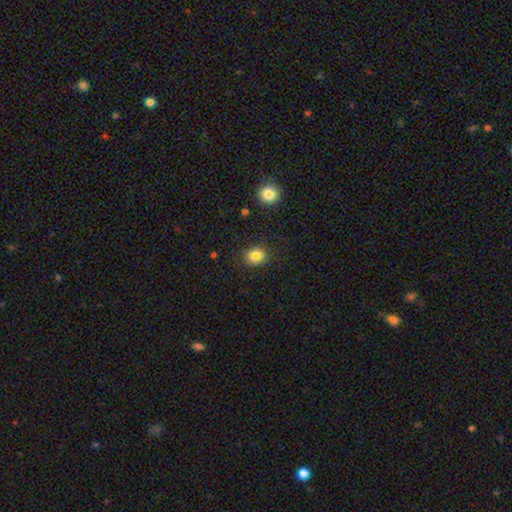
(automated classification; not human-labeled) Q: Smooth or featured?
A: smooth (84%); runner-up: star or artifact (10%)
Q: How rounded?
A: round (72%); runner-up: in between (27%)
Q: Merging?
A: none (87%); runner-up: minor disturbance (9%)